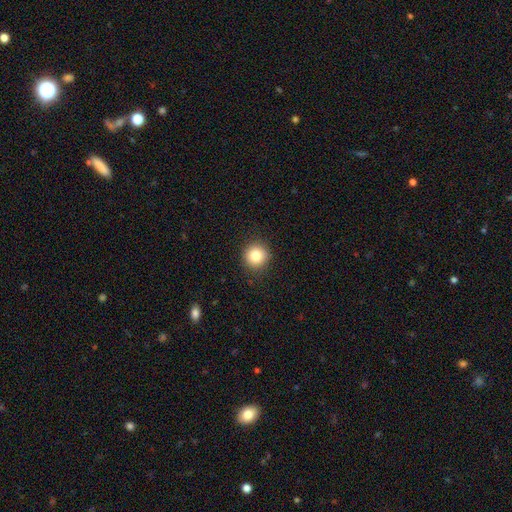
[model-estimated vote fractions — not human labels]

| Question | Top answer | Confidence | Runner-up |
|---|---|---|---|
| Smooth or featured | smooth | 83% | star or artifact (10%) |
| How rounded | round | 94% | in between (5%) |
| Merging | none | 91% | minor disturbance (6%) |